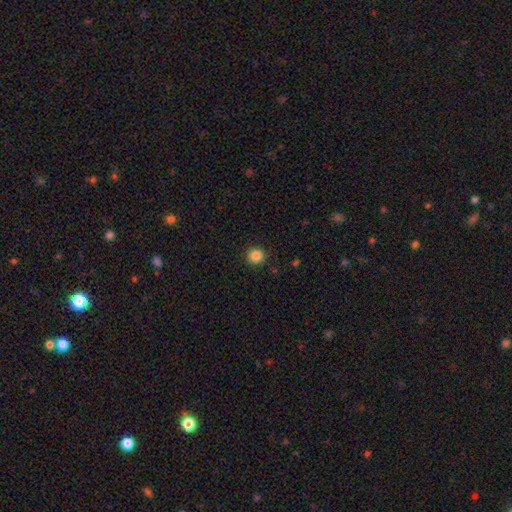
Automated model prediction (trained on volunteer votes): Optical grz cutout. It shows a smooth galaxy with no disk features (86%) that is round (94%). Merging: none (90%).